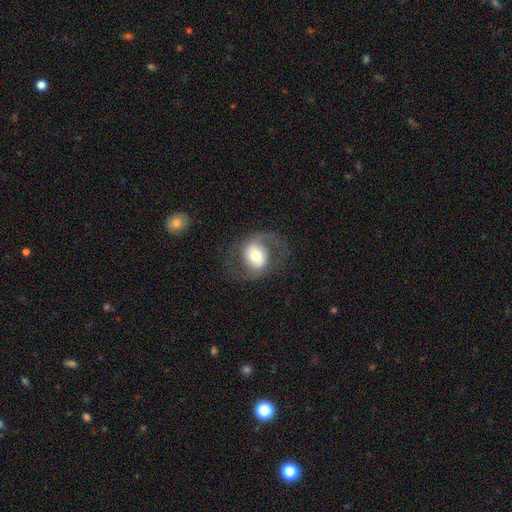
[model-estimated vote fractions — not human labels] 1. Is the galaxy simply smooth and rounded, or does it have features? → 67% featured or disk, 26% smooth, 7% star or artifact.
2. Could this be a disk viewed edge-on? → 96% no, 4% yes.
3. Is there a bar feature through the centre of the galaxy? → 51% no, 31% weak, 18% strong.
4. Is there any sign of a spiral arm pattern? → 80% yes, 20% no.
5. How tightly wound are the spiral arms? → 50% medium, 36% loose, 14% tight.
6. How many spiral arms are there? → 88% 2, 5% can't tell, 4% 1, 1% 3, 1% 4, 1% more than 4.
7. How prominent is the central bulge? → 59% moderate, 24% large, 11% small, 5% dominant, 1% none.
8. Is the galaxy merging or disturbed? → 72% none, 13% minor disturbance, 13% major disturbance, 1% merger.